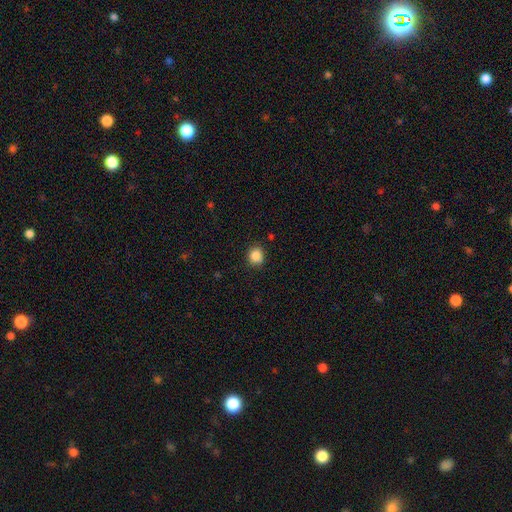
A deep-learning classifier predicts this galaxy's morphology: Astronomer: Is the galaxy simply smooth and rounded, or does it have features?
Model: smooth — 87%.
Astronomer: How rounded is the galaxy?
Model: round — 79%.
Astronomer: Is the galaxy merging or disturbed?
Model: none — 87%.